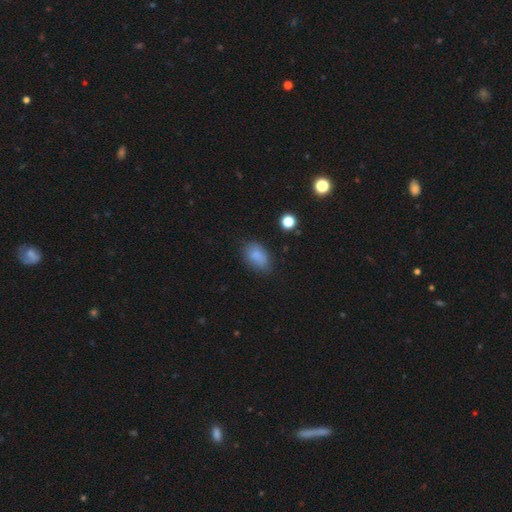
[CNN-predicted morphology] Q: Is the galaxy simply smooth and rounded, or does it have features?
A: smooth — 83%.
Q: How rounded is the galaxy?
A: in between — 85%.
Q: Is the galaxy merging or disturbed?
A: none — 67%.